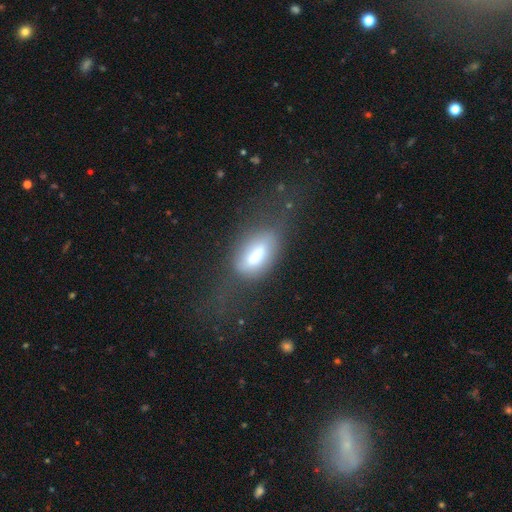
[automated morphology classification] Smooth or featured?
  - smooth: 66% *
  - featured or disk: 24%
  - star or artifact: 9%
How rounded?
  - in between: 81% *
  - cigar-shaped: 14%
  - round: 5%
Merging?
  - none: 41% *
  - major disturbance: 31%
  - minor disturbance: 24%
  - merger: 4%